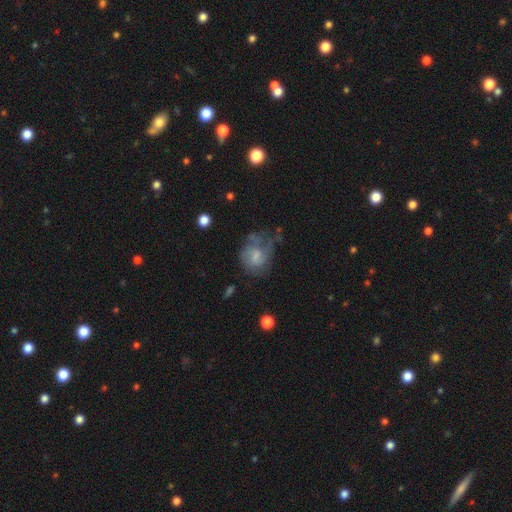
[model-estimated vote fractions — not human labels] Smooth or featured? Predicted: smooth (p=0.49). Merging? Predicted: major disturbance (p=0.34).